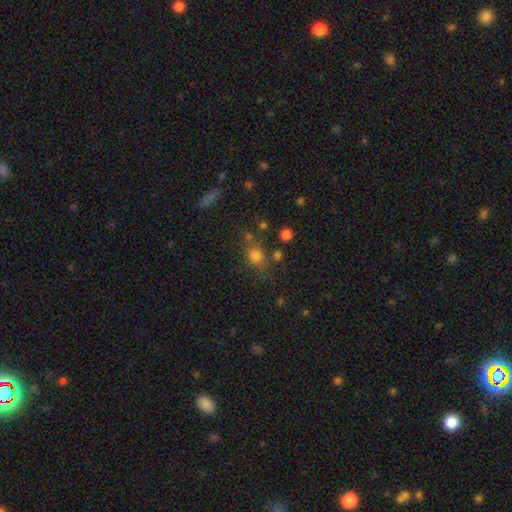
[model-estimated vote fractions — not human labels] Overall: smooth (76%). How rounded: round (58%; in between 40%). Merging: none (68%).